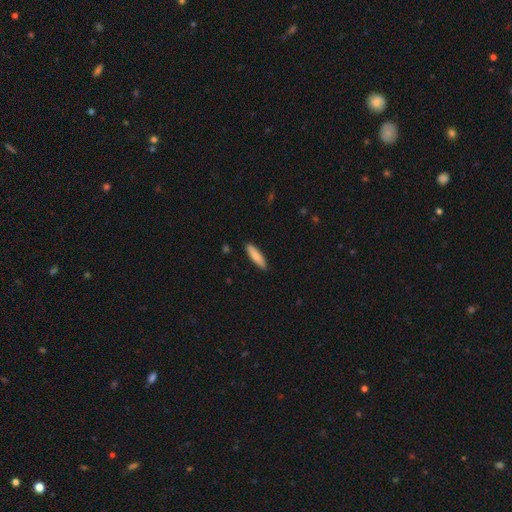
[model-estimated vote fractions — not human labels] Smooth or featured? smooth (81%)
How rounded? cigar-shaped (73%)
Merging? none (89%)